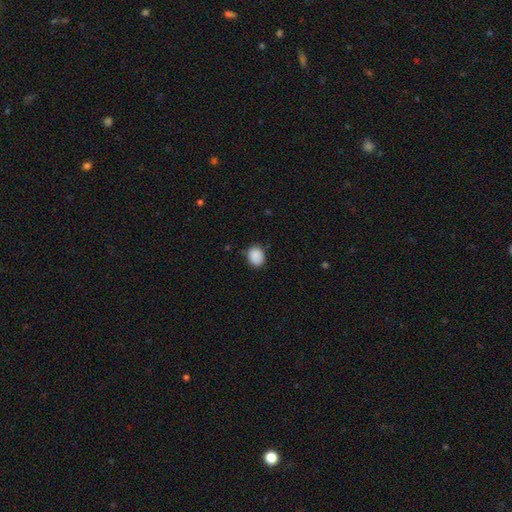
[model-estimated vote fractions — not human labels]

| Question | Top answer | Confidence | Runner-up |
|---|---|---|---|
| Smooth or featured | smooth | 89% | star or artifact (8%) |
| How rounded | round | 57% | in between (42%) |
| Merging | none | 78% | minor disturbance (17%) |